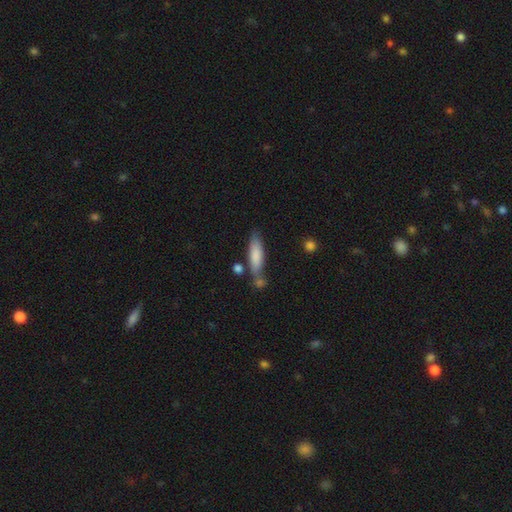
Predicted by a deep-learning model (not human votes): Smooth or featured? smooth (79%)
How rounded? cigar-shaped (60%)
Merging? none (64%)